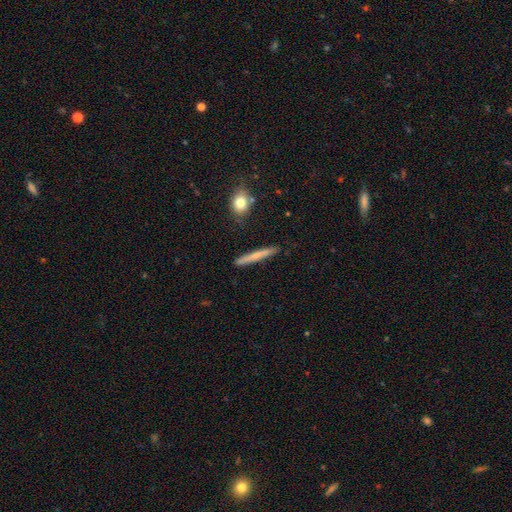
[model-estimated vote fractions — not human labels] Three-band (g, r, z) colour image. It shows a smooth galaxy with no disk features (56%) that is cigar-shaped (95%). Merging: none (87%).